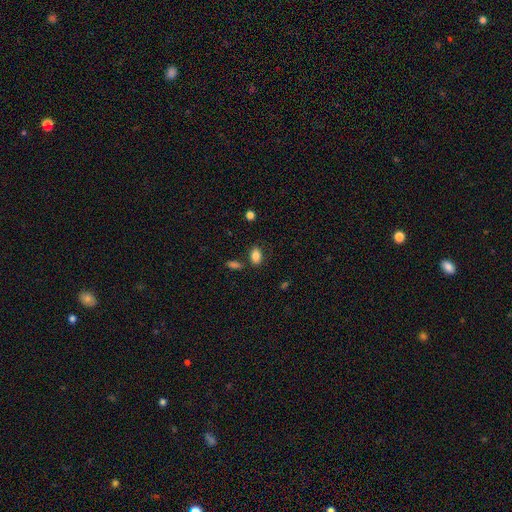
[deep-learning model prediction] Overall: smooth (85%). How rounded: in between (87%). Merging: none (76%).